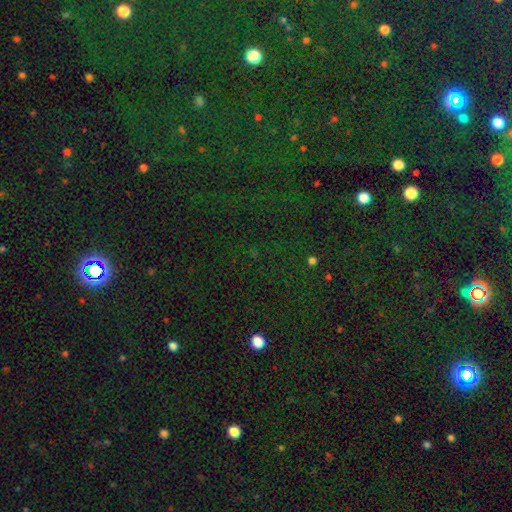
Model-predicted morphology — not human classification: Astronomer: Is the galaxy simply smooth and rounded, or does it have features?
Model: star or artifact — 80%.